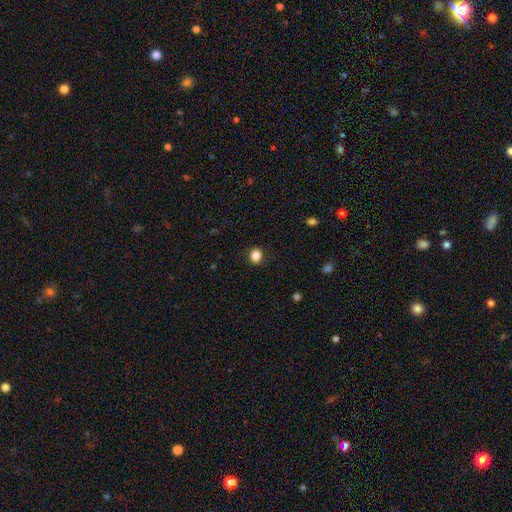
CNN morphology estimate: This appears to be a smooth galaxy with no disk features (85%) that is round (69%). Merging: none (87%).